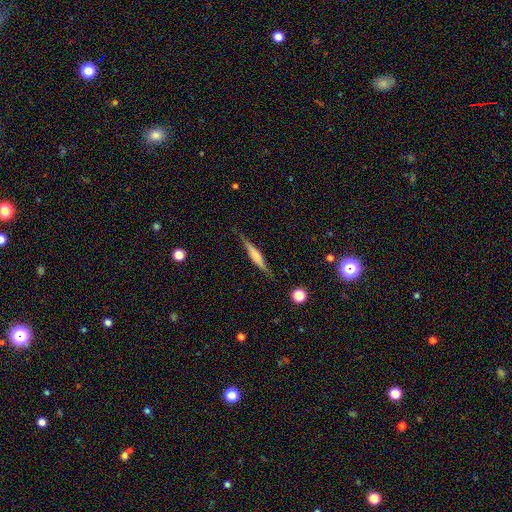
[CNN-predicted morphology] The model was most divided on "smooth or featured": featured or disk: 57%, smooth: 36%, star or artifact: 7%. More confident: edge-on disk — yes (95%); merging — none (82%); edge-on bulge — rounded (55%).